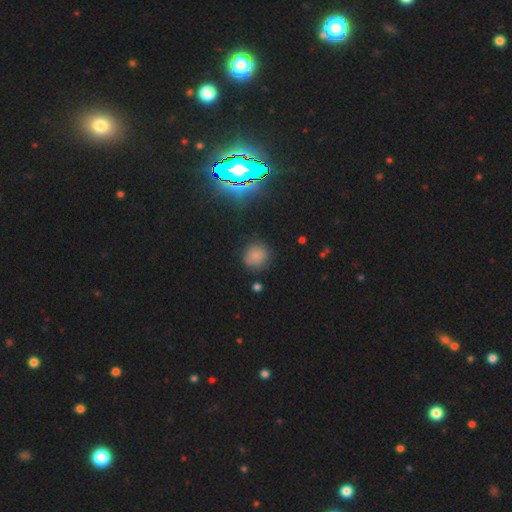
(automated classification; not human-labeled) This is likely a smooth galaxy (74%). How rounded: clearly round (88%). Merging: clearly none (81%).